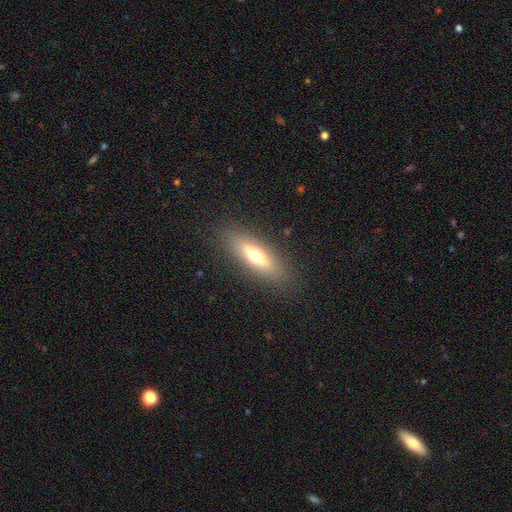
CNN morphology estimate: A smooth galaxy with no disk features (55%) that is in between round and cigar-shaped (52%). Merging: none (86%).